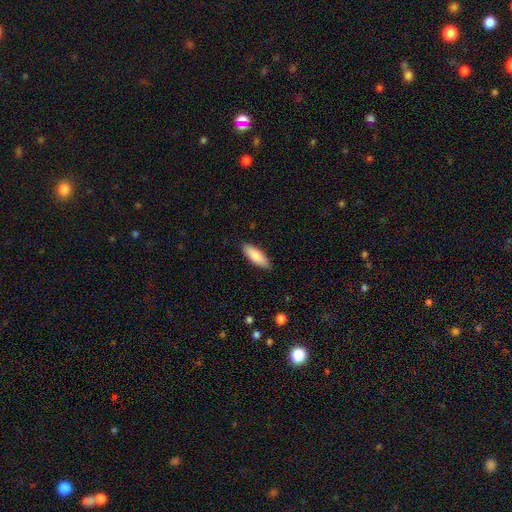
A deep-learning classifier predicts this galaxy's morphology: The model was most divided on "how rounded": in between: 67%, cigar-shaped: 32%, round: 2%. More confident: merging — none (88%); smooth or featured — smooth (83%).